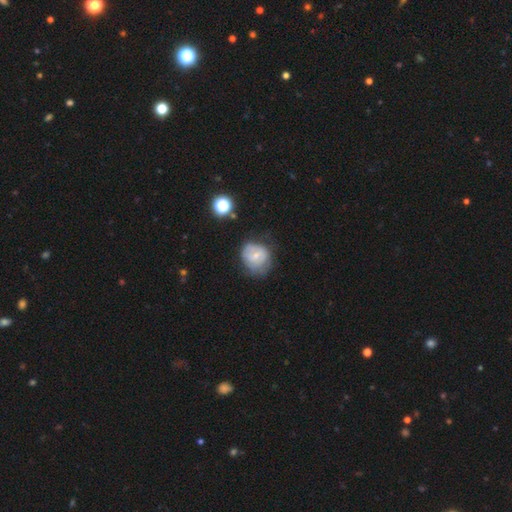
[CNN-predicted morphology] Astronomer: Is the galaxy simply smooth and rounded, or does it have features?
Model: smooth — 55% (runner-up: featured or disk, 36%).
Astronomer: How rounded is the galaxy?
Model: round — 68%.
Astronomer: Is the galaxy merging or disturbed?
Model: none — 49% (runner-up: minor disturbance, 32%).